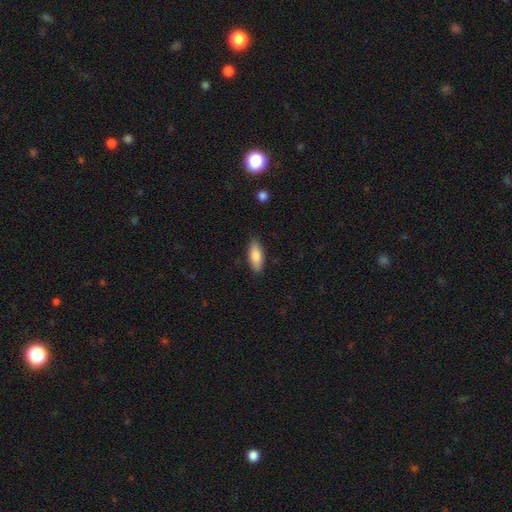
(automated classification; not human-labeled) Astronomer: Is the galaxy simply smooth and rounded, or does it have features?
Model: smooth — 82%.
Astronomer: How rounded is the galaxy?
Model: in between — 71%.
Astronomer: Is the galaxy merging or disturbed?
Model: none — 86%.